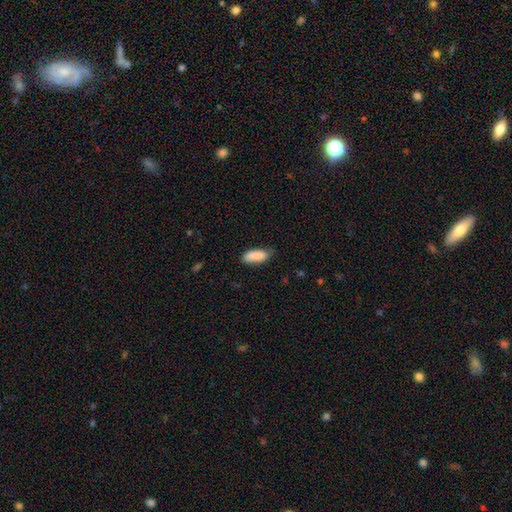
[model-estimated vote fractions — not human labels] Overall: smooth (88%). How rounded: in between (72%). Merging: none (76%).